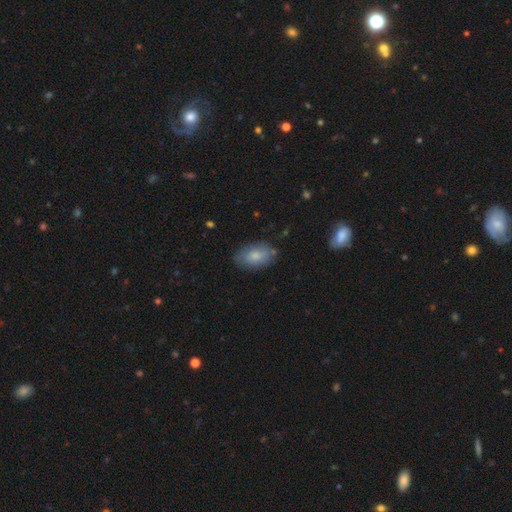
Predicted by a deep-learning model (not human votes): This appears to be a smooth galaxy with no disk features (78%) that is in between round and cigar-shaped (92%). Merging: none (76%).